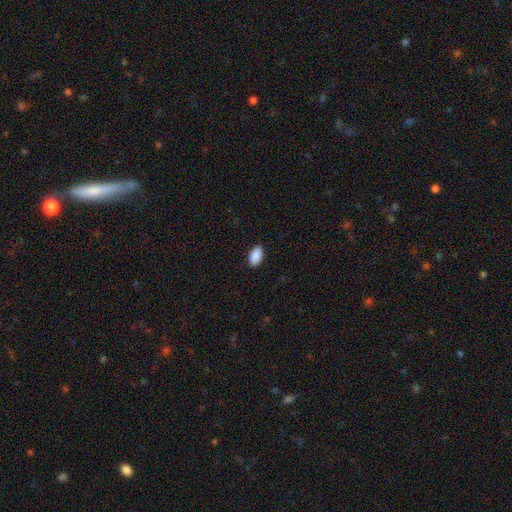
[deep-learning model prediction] This appears to be a smooth galaxy with no disk features (91%) that is in between round and cigar-shaped (95%). Merging: none (89%).